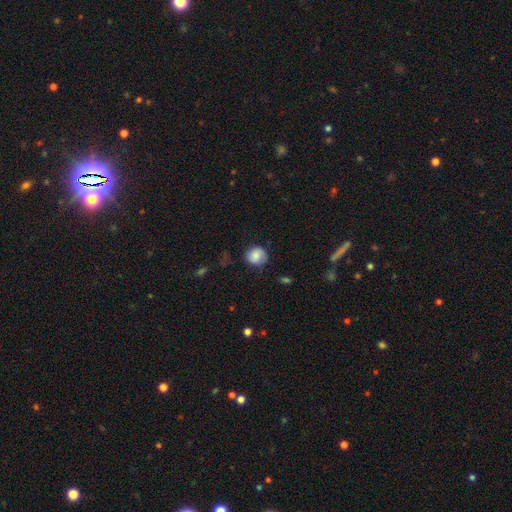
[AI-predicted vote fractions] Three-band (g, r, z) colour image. It shows a smooth galaxy with no disk features (77%) that is round (80%). Merging: none (70%).